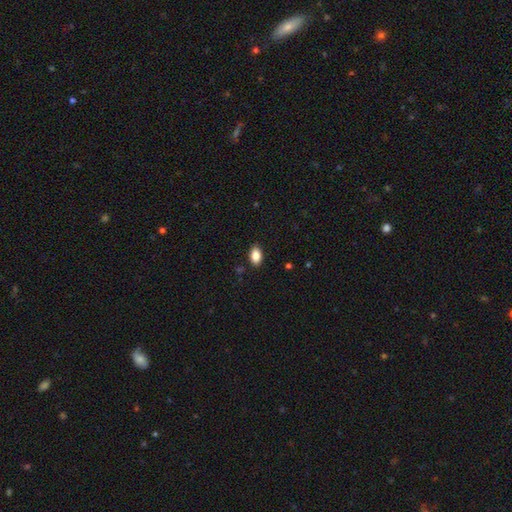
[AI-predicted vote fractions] Q: Smooth or featured?
A: smooth (87%); runner-up: star or artifact (8%)
Q: How rounded?
A: in between (91%); runner-up: round (7%)
Q: Merging?
A: none (89%); runner-up: minor disturbance (9%)